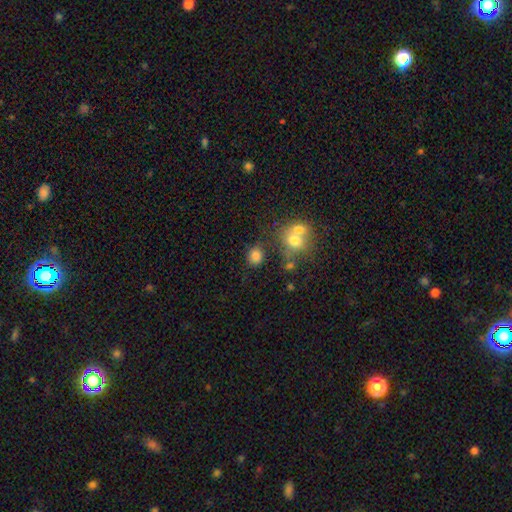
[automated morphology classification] smooth-or-featured: smooth: 80% | star or artifact: 13% | featured or disk: 8%
  how-rounded: round: 70% | in between: 29% | cigar-shaped: 1%
  merging: none: 72% | merger: 13% | minor disturbance: 11% | major disturbance: 4%